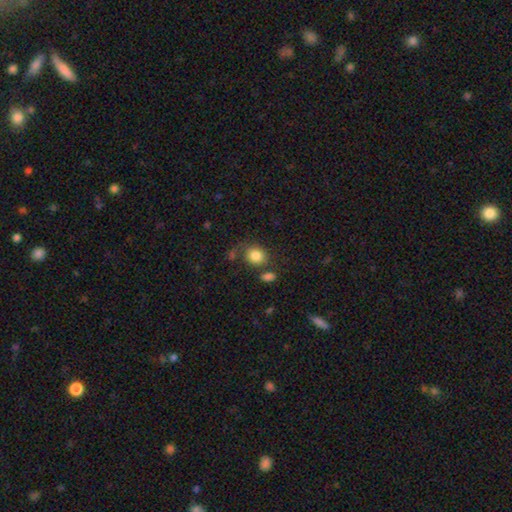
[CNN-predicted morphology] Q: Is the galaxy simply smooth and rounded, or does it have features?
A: smooth — 84%.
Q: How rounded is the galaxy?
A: round — 65%.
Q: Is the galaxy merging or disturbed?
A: none — 68%.